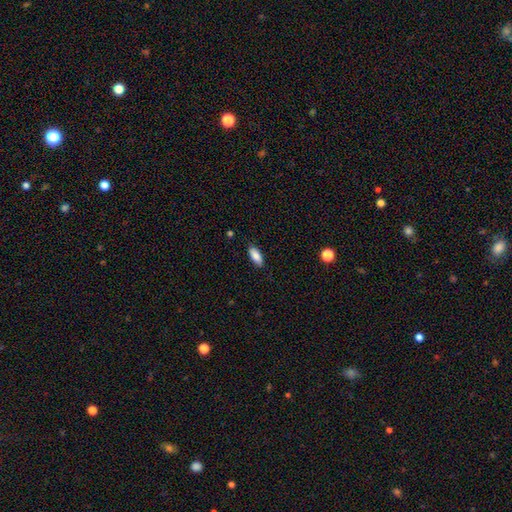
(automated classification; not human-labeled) The model was most divided on "how rounded": in between: 83%, cigar-shaped: 15%, round: 2%. More confident: merging — none (86%); smooth or featured — smooth (86%).